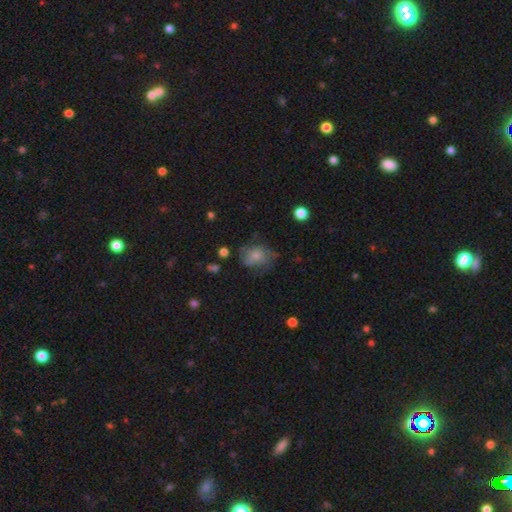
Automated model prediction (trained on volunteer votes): A smooth galaxy with no disk features (59%) that is round (56%). Merging: none (51%).